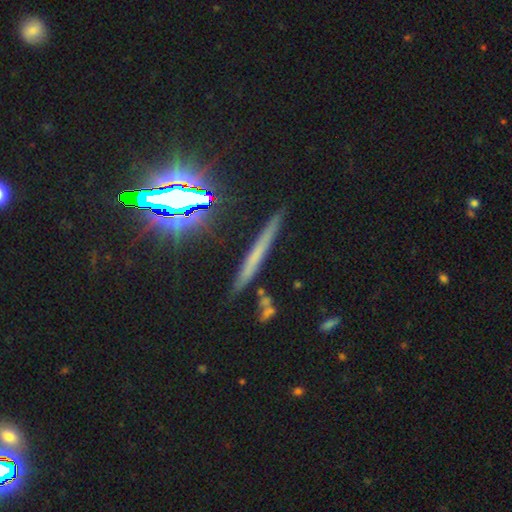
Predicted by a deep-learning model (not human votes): featured or disk 42%, smooth 37%, star or artifact 22%. Down the decision tree: merging — none (84%).